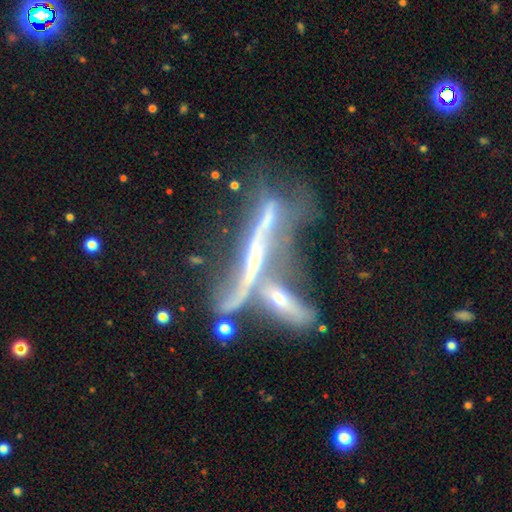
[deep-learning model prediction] The model was most divided on "edge-on bulge": none: 47%, rounded: 44%, boxy: 9%. More confident: edge-on disk — yes (79%); smooth or featured — featured or disk (77%); merging — merger (52%).